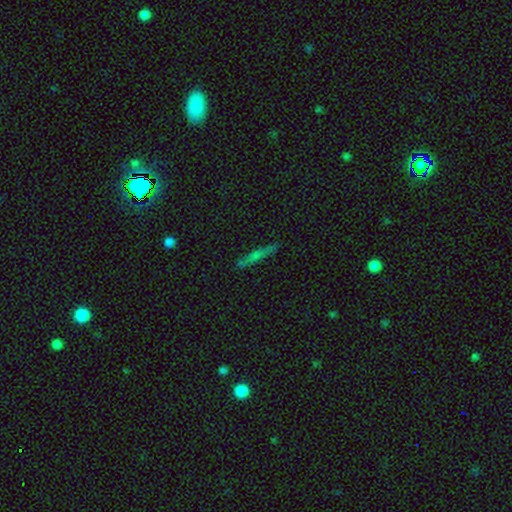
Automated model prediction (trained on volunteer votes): smooth-or-featured: smooth: 46% | featured or disk: 41% | star or artifact: 13%
  merging: none: 87% | minor disturbance: 9% | major disturbance: 2% | merger: 2%